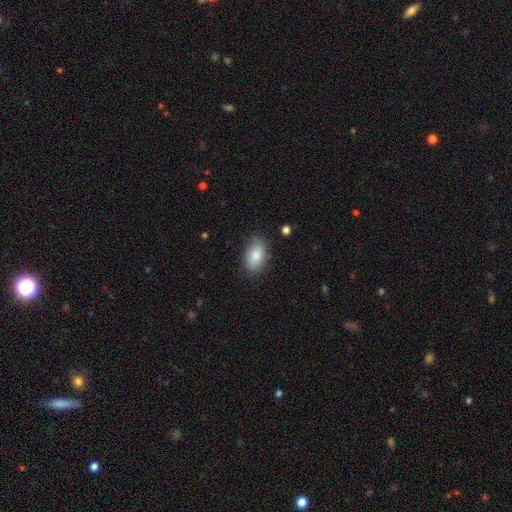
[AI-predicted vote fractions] smooth 85%, featured or disk 8%, star or artifact 7%. Down the decision tree: how rounded — in between (92%); merging — none (82%).